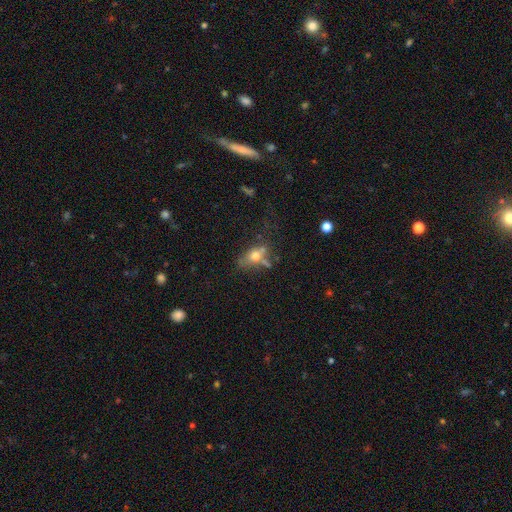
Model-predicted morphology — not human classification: Smooth or featured? smooth (59%)
How rounded? in between (73%)
Merging? none (46%)